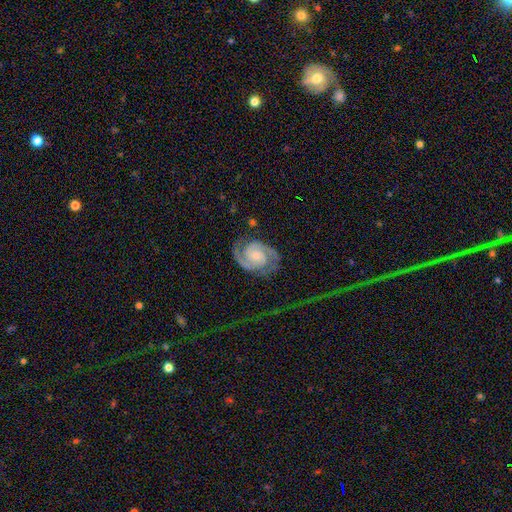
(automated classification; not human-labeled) The model was most divided on "spiral winding": tight: 53%, medium: 41%, loose: 6%. More confident: spiral arms — yes (99%); edge-on disk — no (98%); spiral arm count — 2 (92%); smooth or featured — featured or disk (92%); merging — none (78%); bar — no (65%); bulge size — small (58%).